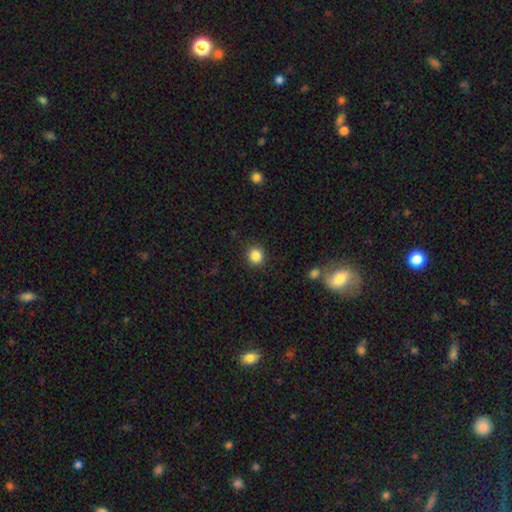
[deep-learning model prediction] This appears to be a smooth galaxy with no disk features (85%) that is round (89%). Merging: none (89%).